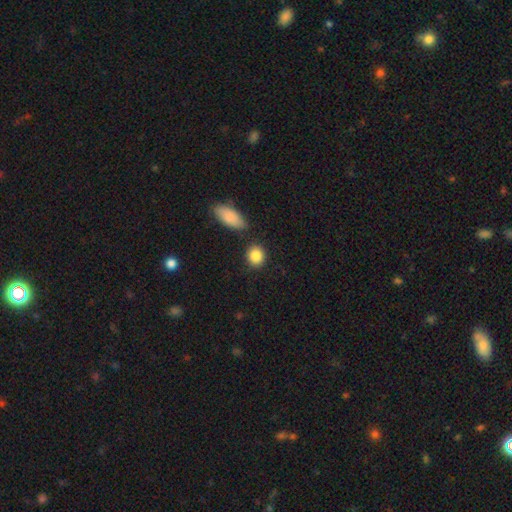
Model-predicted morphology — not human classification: Smooth or featured?
  - smooth: 87% *
  - star or artifact: 8%
  - featured or disk: 5%
How rounded?
  - round: 66% *
  - in between: 32%
  - cigar-shaped: 2%
Merging?
  - none: 82% *
  - minor disturbance: 10%
  - merger: 6%
  - major disturbance: 3%